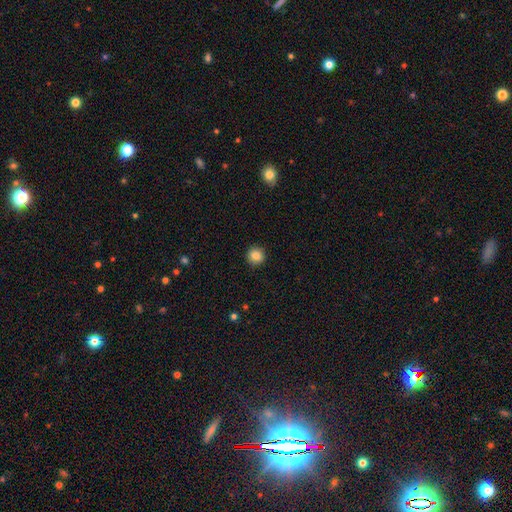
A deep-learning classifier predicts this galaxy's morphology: The model was most divided on "smooth or featured": smooth: 84%, star or artifact: 10%, featured or disk: 6%. More confident: how rounded — round (94%); merging — none (92%).